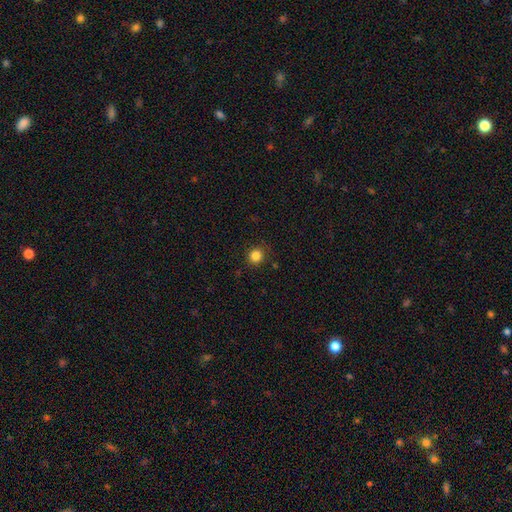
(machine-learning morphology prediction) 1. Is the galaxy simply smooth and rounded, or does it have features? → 84% smooth, 12% star or artifact, 4% featured or disk.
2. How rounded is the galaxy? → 89% round, 10% in between, 1% cigar-shaped.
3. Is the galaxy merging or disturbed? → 88% none, 9% minor disturbance, 3% major disturbance, 1% merger.